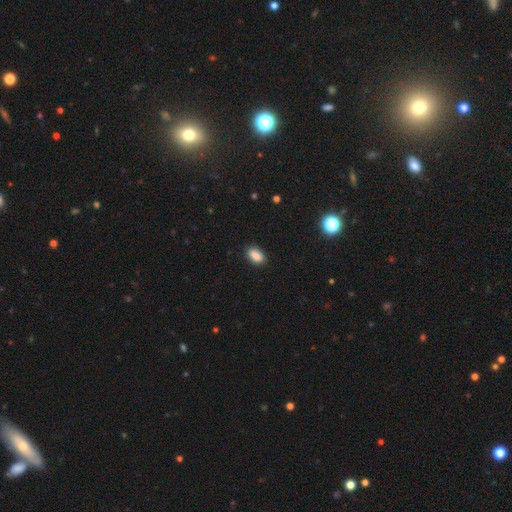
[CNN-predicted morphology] type=smooth (87%); roundness=in between (90%); merging=none (87%).